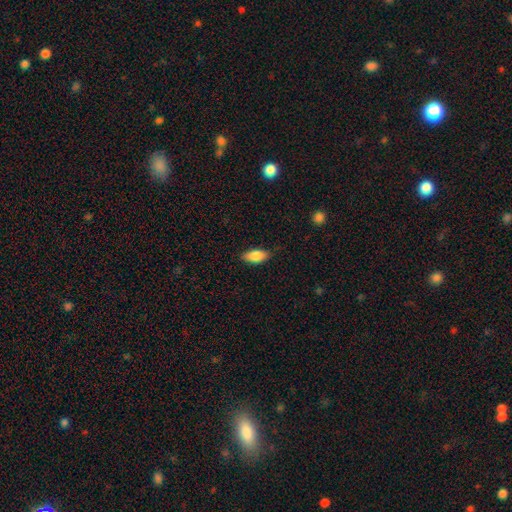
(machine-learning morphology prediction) smooth_or_featured: smooth (p=0.85) [alt: featured or disk p=0.08]
how_rounded: in between (p=0.88) [alt: cigar-shaped p=0.09]
merging: none (p=0.82) [alt: minor disturbance p=0.14]